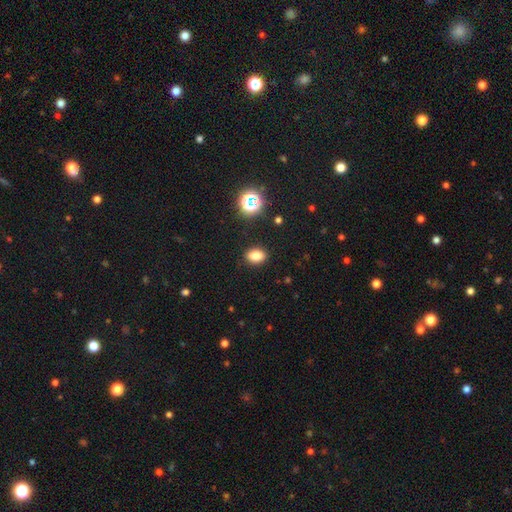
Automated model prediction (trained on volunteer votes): Morphology: type=smooth (79%); roundness=in between (76%); merging=none (89%).